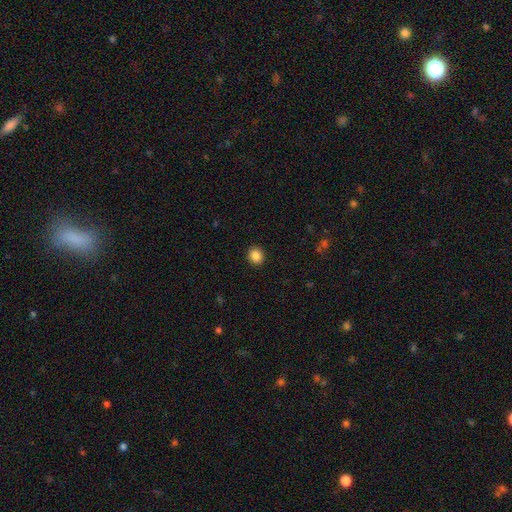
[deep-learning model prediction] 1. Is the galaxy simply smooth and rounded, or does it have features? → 87% smooth, 9% star or artifact, 4% featured or disk.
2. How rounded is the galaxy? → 74% round, 25% in between, 1% cigar-shaped.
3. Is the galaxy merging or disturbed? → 91% none, 6% minor disturbance, 2% major disturbance, 1% merger.